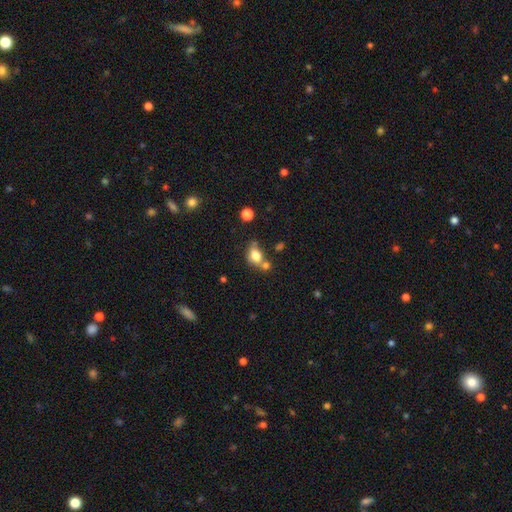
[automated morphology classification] type=smooth (76%); roundness=in between (61%); merging=none (40%).